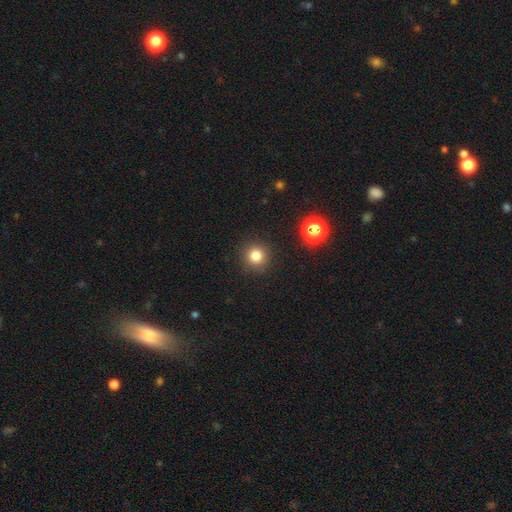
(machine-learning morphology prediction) smooth_or_featured: smooth (p=0.81) [alt: star or artifact p=0.13]
how_rounded: round (p=0.93) [alt: in between p=0.06]
merging: none (p=0.90) [alt: minor disturbance p=0.06]